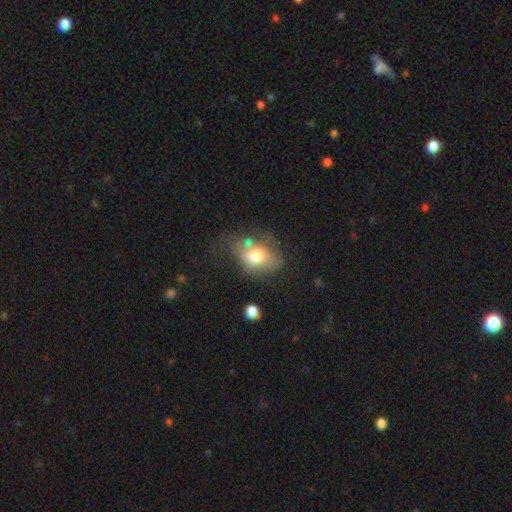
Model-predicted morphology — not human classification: This is likely a smooth galaxy (66%). How rounded: likely in between (73%). Merging: marginally none (33%).